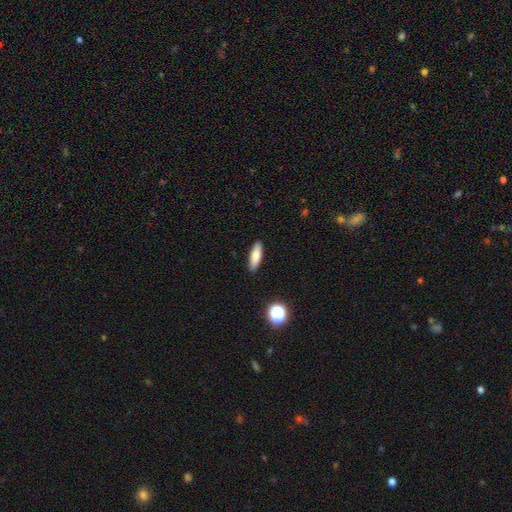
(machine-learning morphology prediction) Smooth or featured?
  - smooth: 80% *
  - featured or disk: 13%
  - star or artifact: 8%
How rounded?
  - in between: 50% *
  - cigar-shaped: 48%
  - round: 2%
Merging?
  - none: 89% *
  - minor disturbance: 7%
  - major disturbance: 2%
  - merger: 1%